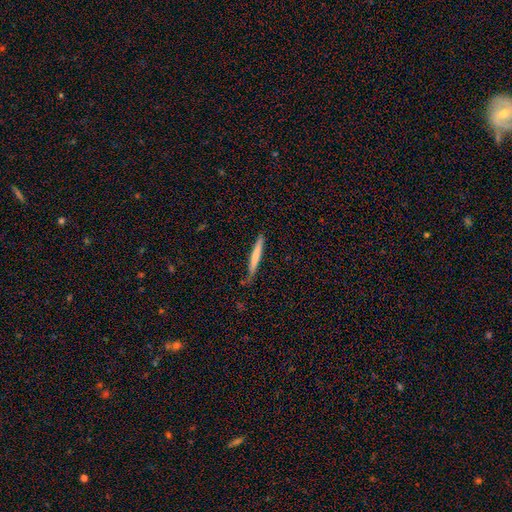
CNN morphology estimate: Smooth or featured? smooth (66%)
How rounded? cigar-shaped (96%)
Merging? none (79%)